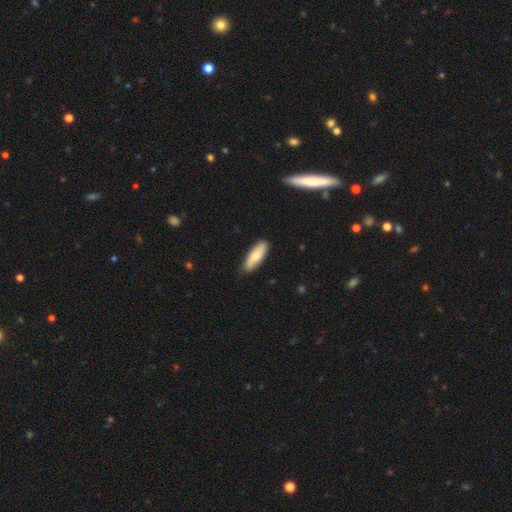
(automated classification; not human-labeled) Smooth or featured? Predicted: smooth (p=0.76). How rounded? Predicted: in between (p=0.59). Merging? Predicted: none (p=0.86).